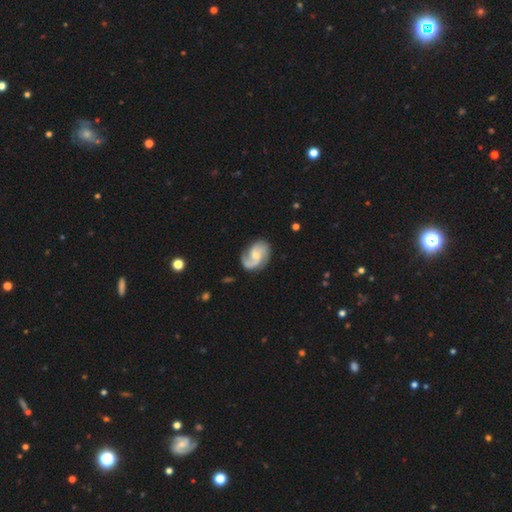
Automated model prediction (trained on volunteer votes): This appears to be a featured or disk galaxy (86%) with no bar (53%), 2 (82%) medium (50%) spiral arms (97%) and a small central bulge (52%). Merging: none (72%).